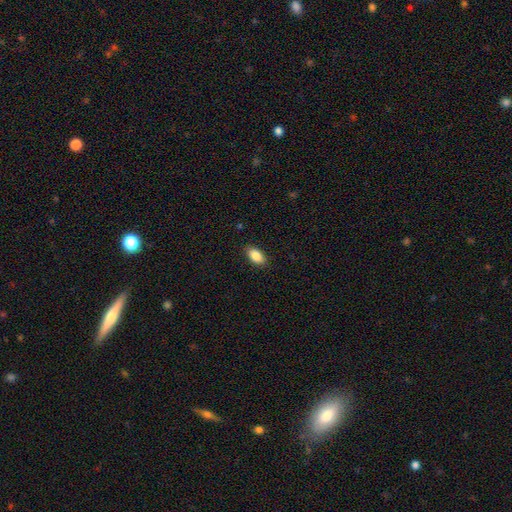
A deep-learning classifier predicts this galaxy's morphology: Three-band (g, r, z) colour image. It shows a smooth galaxy with no disk features (87%) that is in between round and cigar-shaped (92%). Merging: none (88%).